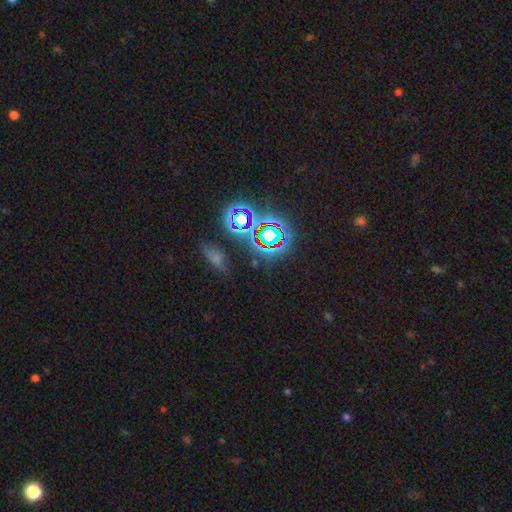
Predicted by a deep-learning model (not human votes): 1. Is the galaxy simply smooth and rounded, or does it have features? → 59% star or artifact, 28% smooth, 13% featured or disk.